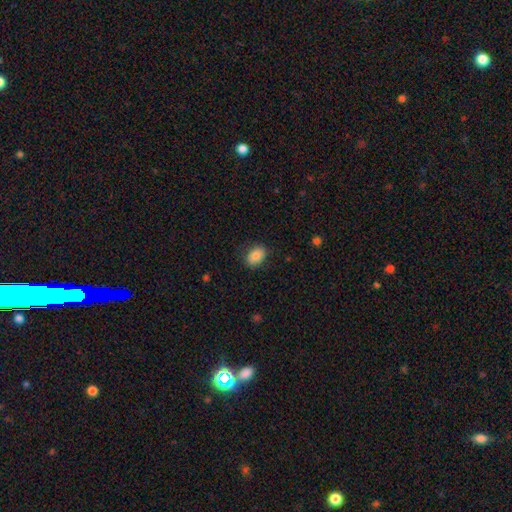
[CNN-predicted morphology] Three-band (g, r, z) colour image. It shows a smooth galaxy with no disk features (83%) that is in between round and cigar-shaped (76%). Merging: none (80%).